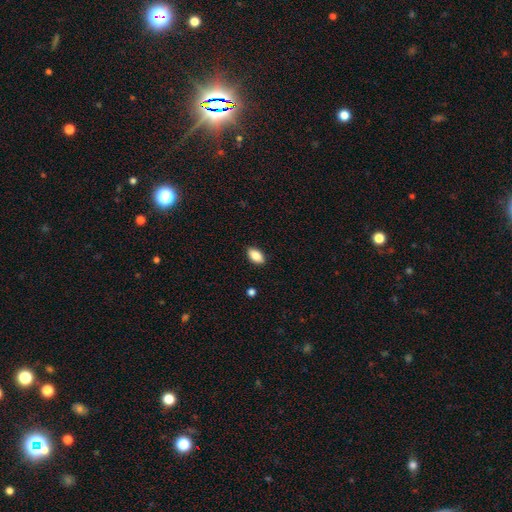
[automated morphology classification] Overall: smooth (86%). How rounded: in between (93%). Merging: none (89%).